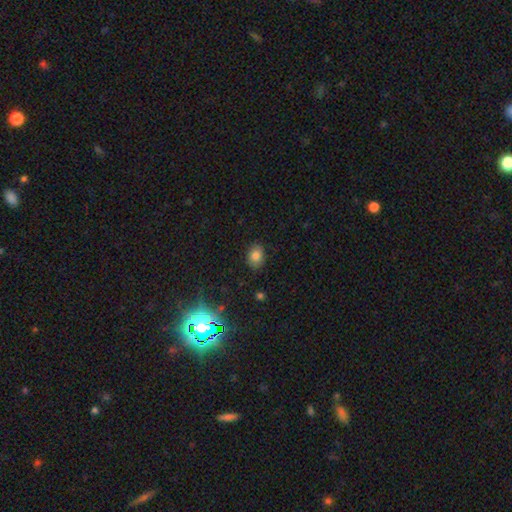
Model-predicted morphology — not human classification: This appears to be a smooth galaxy with no disk features (79%) that is in between round and cigar-shaped (61%). Merging: none (85%).